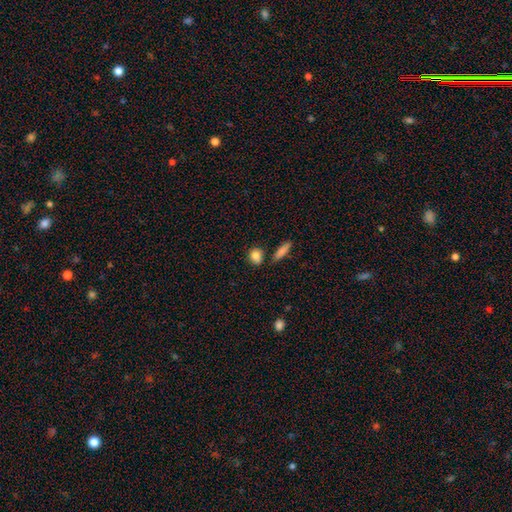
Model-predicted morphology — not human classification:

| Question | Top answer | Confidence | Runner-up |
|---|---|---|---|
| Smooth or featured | smooth | 86% | star or artifact (8%) |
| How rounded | round | 54% | in between (40%) |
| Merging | none | 75% | minor disturbance (13%) |